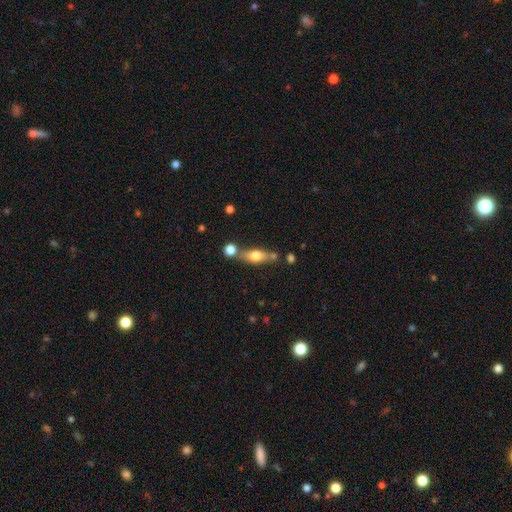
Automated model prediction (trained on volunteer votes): Smooth or featured: smooth — 63% (featured or disk — 29%)
How rounded: in between — 59% (cigar-shaped — 35%)
Merging: none — 60% (merger — 21%)